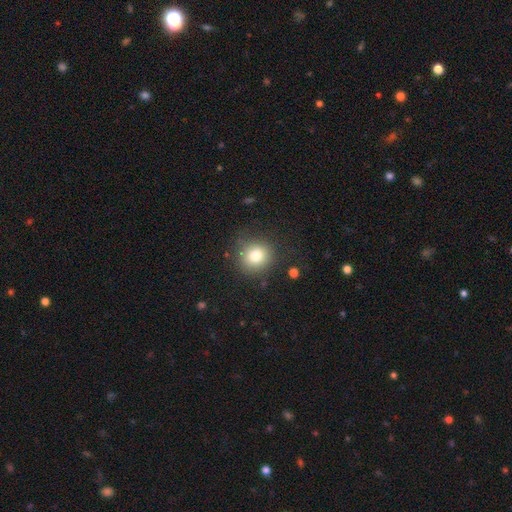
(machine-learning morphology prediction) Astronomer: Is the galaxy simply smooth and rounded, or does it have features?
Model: smooth — 77%.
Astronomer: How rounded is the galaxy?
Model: round — 89%.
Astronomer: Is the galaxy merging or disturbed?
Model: none — 82%.